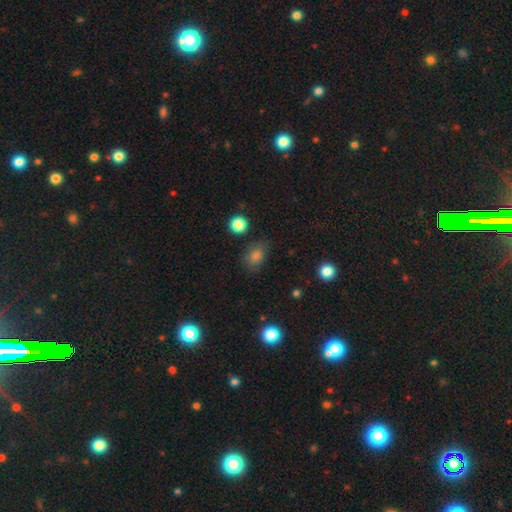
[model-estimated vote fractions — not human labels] The model was most divided on "how rounded": in between: 68%, round: 30%, cigar-shaped: 2%. More confident: smooth or featured — smooth (79%); merging — none (72%).